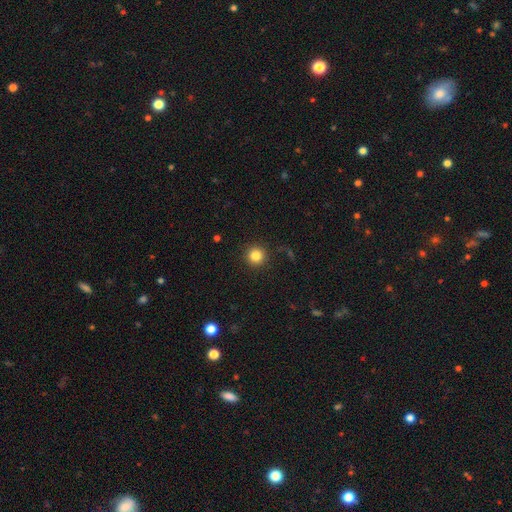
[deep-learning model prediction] A smooth galaxy with no disk features (84%) that is round (95%).

Vote fractions:
- Smooth or featured? smooth: 84% / star or artifact: 11% / featured or disk: 5%
- How rounded? round: 95% / in between: 4% / cigar-shaped: 1%
- Merging? none: 90% / minor disturbance: 6% / major disturbance: 2% / merger: 1%